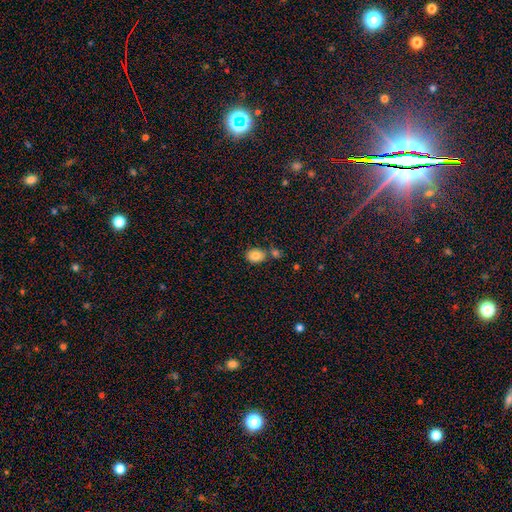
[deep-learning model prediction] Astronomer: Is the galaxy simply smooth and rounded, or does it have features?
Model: smooth — 84%.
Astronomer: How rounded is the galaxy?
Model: in between — 64%.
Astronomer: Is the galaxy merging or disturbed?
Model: none — 63%.